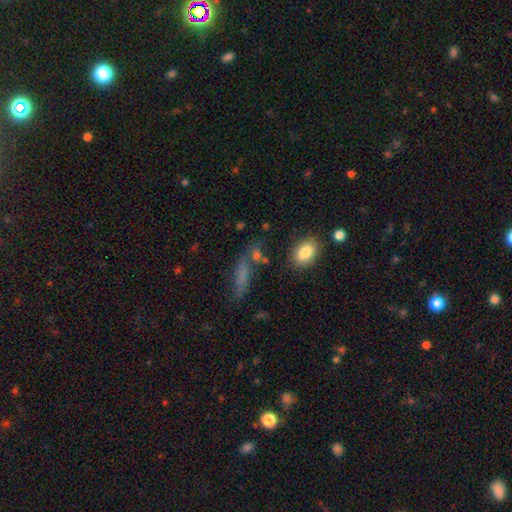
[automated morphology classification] smooth 65%, featured or disk 20%, star or artifact 15%. Down the decision tree: how rounded — cigar-shaped (55%); merging — none (66%).